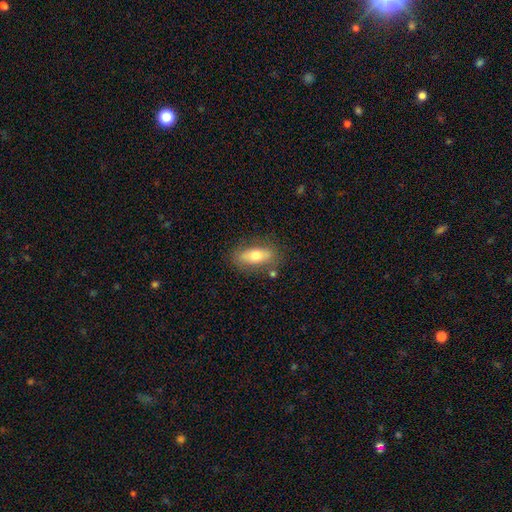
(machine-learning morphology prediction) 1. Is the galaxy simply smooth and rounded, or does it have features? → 64% smooth, 29% featured or disk, 7% star or artifact.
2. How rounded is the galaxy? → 75% in between, 21% cigar-shaped, 4% round.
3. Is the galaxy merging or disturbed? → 78% none, 14% minor disturbance, 4% merger, 4% major disturbance.